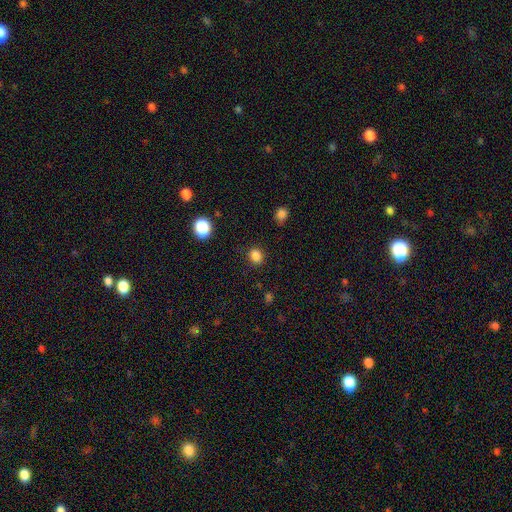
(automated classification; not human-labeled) A smooth galaxy with no disk features (85%) that is round (55%).

Vote fractions:
- Smooth or featured? smooth: 85% / star or artifact: 12% / featured or disk: 3%
- How rounded? round: 55% / in between: 44% / cigar-shaped: 1%
- Merging? none: 85% / minor disturbance: 10% / major disturbance: 3% / merger: 2%